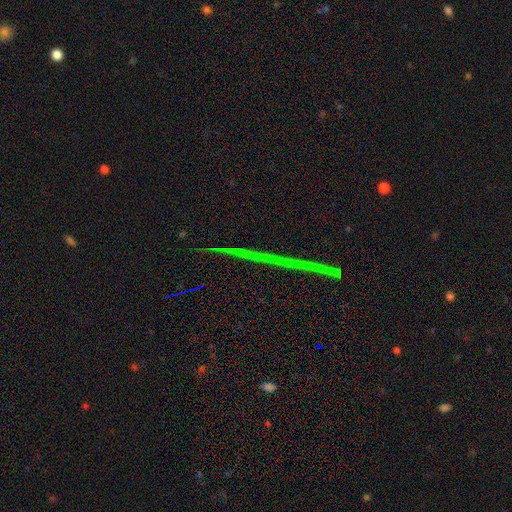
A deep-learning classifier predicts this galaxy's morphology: Overall: star or artifact (53%; featured or disk 34%).